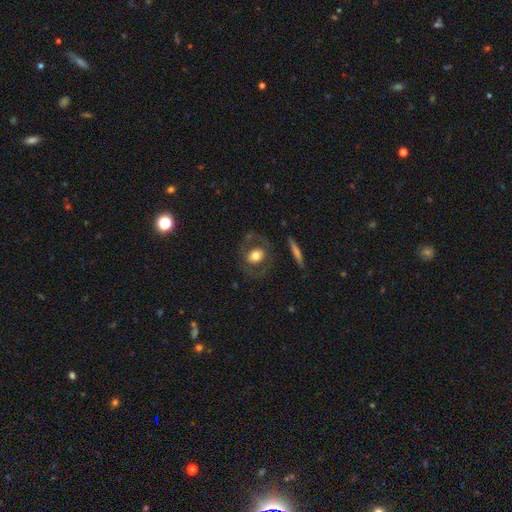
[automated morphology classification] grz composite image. It shows a smooth galaxy with no disk features (49%). Merging: none (73%).